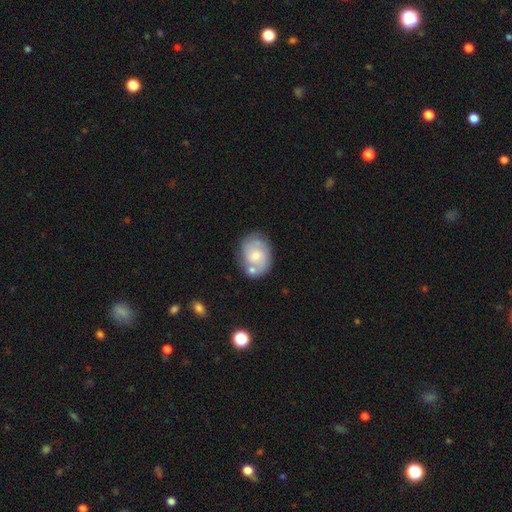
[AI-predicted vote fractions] Smooth or featured? Predicted: featured or disk (p=0.54). Edge-on disk? Predicted: no (p=0.97). Bar? Predicted: no (p=0.70). Spiral arms? Predicted: yes (p=0.79). Bulge size? Predicted: small (p=0.48). Merging? Predicted: none (p=0.55).